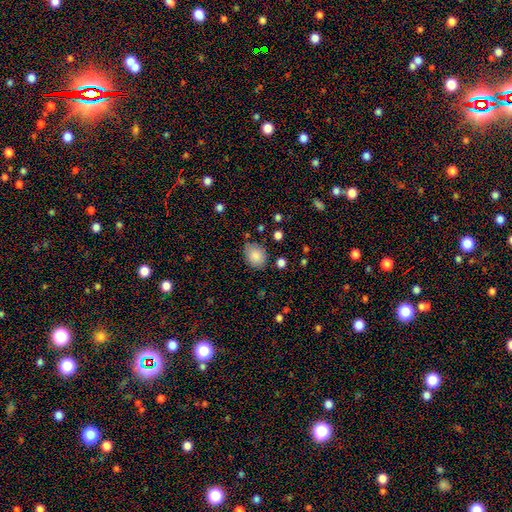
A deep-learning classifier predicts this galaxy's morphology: type=smooth (85%); roundness=in between (55%); merging=none (77%).